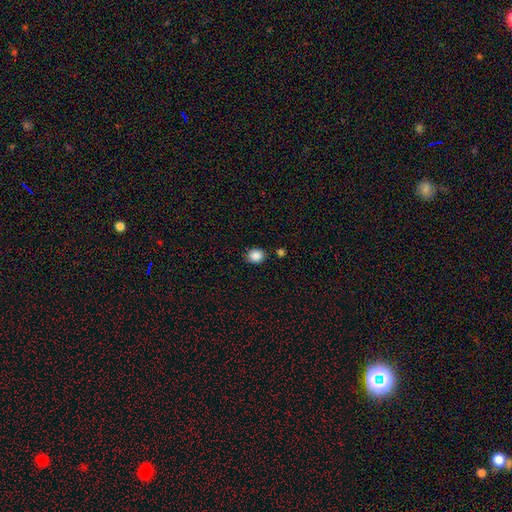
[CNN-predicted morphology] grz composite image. It shows a smooth galaxy with no disk features (87%) that is round (63%). Merging: none (82%).